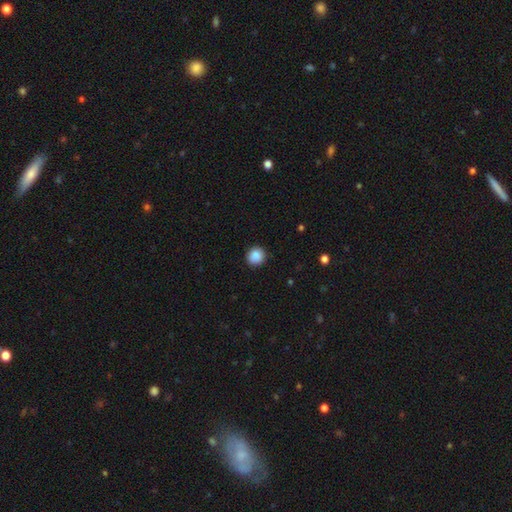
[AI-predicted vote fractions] A smooth galaxy with no disk features (88%) that is round (91%). Merging: none (90%).